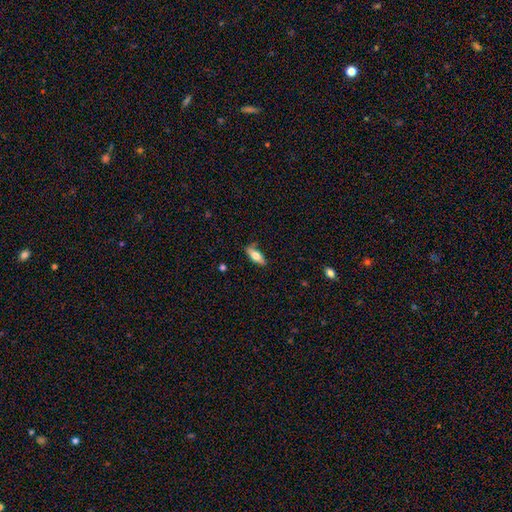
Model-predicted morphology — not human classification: A smooth galaxy with no disk features (61%) that is in between round and cigar-shaped (57%).

Vote fractions:
- Smooth or featured? smooth: 61% / featured or disk: 33% / star or artifact: 6%
- How rounded? in between: 57% / cigar-shaped: 41% / round: 3%
- Merging? none: 77% / minor disturbance: 17% / major disturbance: 4% / merger: 2%